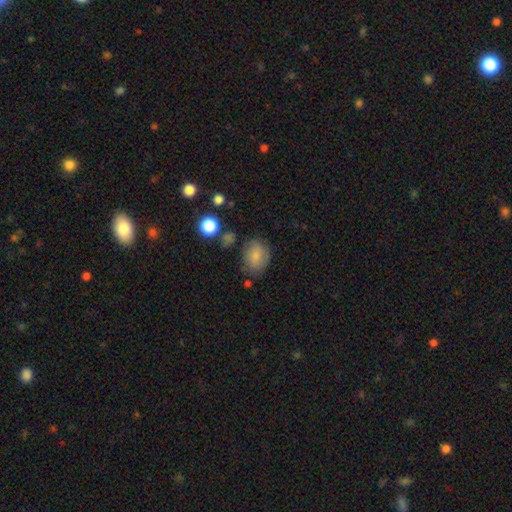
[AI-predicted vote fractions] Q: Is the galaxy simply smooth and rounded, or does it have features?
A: smooth — 77%.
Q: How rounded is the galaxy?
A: in between — 50%.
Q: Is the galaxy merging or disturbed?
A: none — 69%.